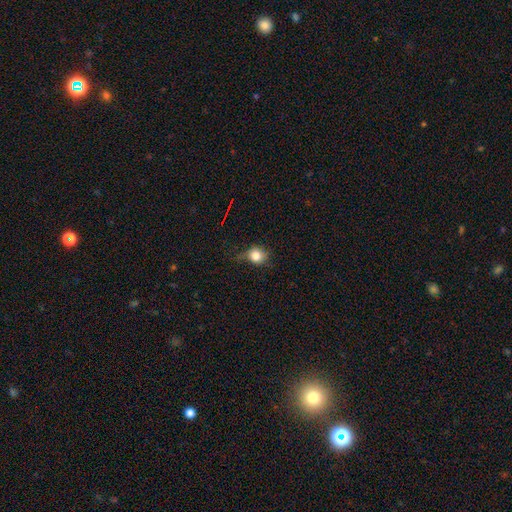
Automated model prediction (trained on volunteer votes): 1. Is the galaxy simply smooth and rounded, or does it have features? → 79% smooth, 12% star or artifact, 9% featured or disk.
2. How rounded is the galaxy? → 76% round, 23% in between, 1% cigar-shaped.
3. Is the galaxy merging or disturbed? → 56% none, 31% minor disturbance, 11% major disturbance, 2% merger.